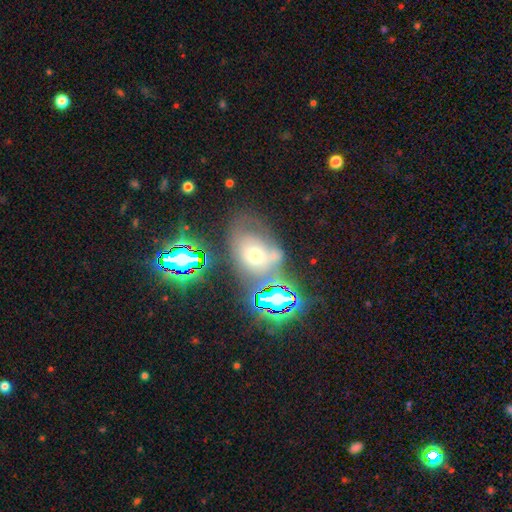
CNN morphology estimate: Smooth or featured: smooth — 41% (star or artifact — 31%)
Merging: none — 39% (minor disturbance — 21%)